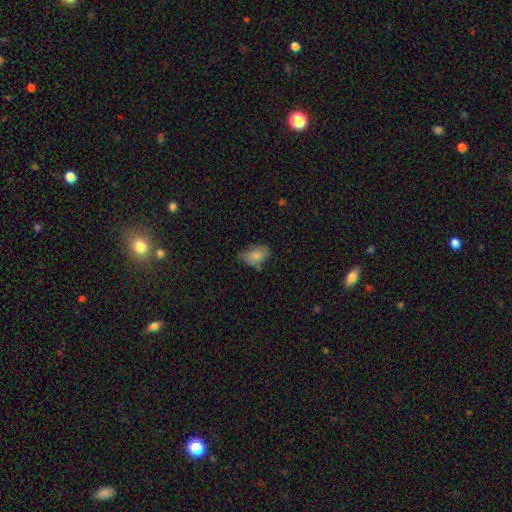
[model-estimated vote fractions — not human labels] Smooth or featured: smooth — 80% (featured or disk — 12%)
How rounded: in between — 89% (round — 9%)
Merging: none — 56% (minor disturbance — 32%)